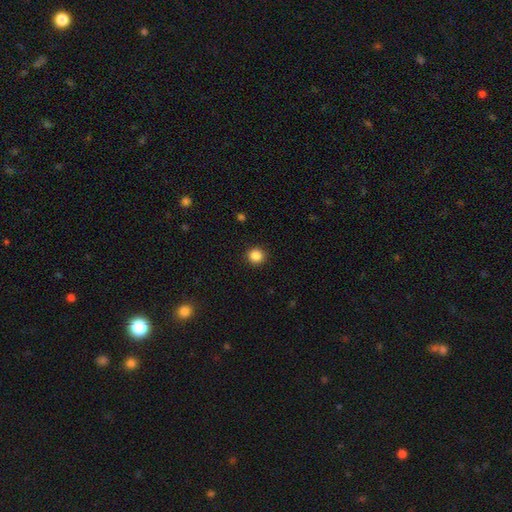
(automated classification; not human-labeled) Smooth or featured? smooth (87%)
How rounded? round (91%)
Merging? none (92%)